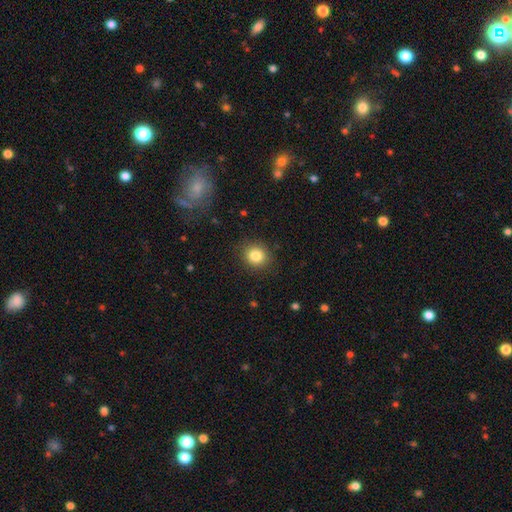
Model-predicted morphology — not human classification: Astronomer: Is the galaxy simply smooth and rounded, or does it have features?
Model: smooth — 83%.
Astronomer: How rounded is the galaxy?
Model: round — 84%.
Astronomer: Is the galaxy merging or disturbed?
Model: none — 87%.